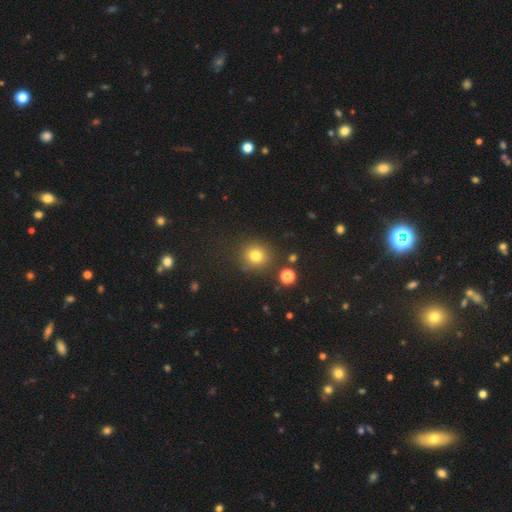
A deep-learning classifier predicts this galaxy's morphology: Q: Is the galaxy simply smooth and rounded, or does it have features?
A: smooth — 79%.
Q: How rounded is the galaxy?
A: round — 89%.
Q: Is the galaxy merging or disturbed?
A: none — 83%.